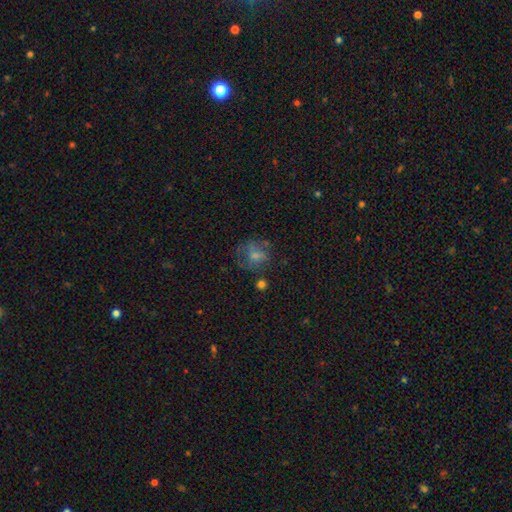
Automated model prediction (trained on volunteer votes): Smooth or featured: smooth — 44% (featured or disk — 39%)
Merging: none — 55% (minor disturbance — 21%)